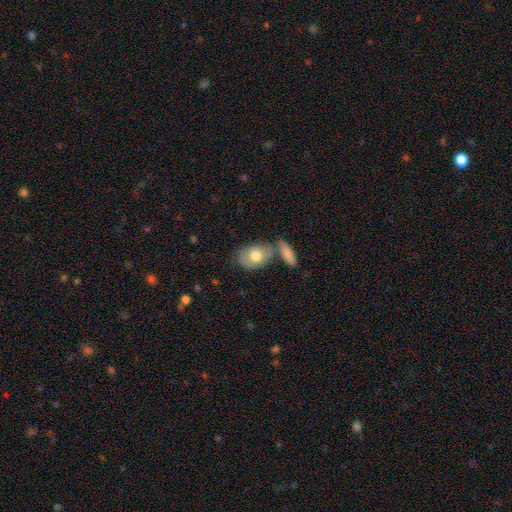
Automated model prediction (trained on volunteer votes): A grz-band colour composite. It shows a smooth galaxy with no disk features (68%) that is in between round and cigar-shaped (85%). Merging: none (54%).